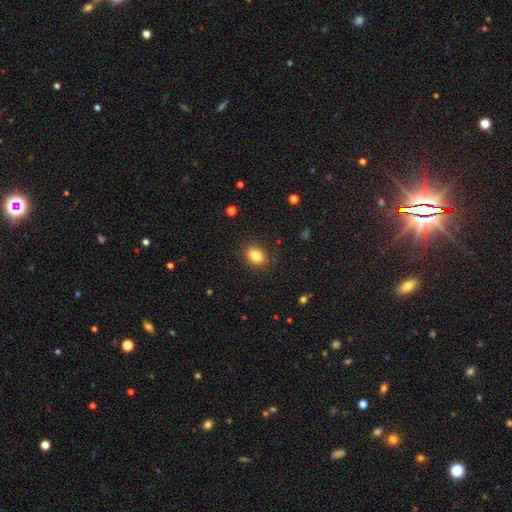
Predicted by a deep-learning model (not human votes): A smooth galaxy with no disk features (84%) that is in between round and cigar-shaped (54%).

Vote fractions:
- Smooth or featured? smooth: 84% / star or artifact: 10% / featured or disk: 7%
- How rounded? in between: 54% / round: 45% / cigar-shaped: 1%
- Merging? none: 87% / minor disturbance: 9% / major disturbance: 3% / merger: 1%